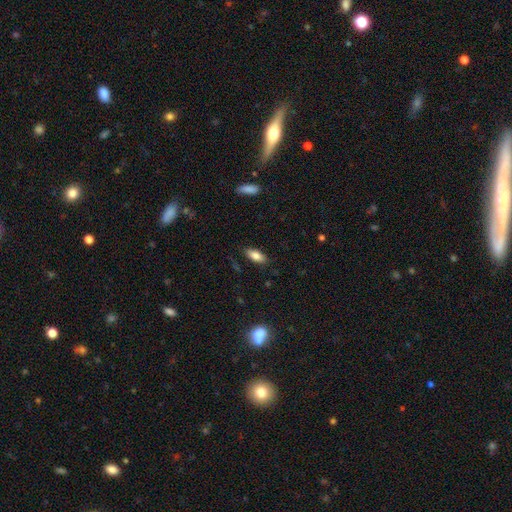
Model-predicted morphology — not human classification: Smooth or featured?
  - smooth: 83% *
  - featured or disk: 10%
  - star or artifact: 7%
How rounded?
  - in between: 85% *
  - cigar-shaped: 13%
  - round: 2%
Merging?
  - none: 84% *
  - minor disturbance: 12%
  - major disturbance: 3%
  - merger: 1%